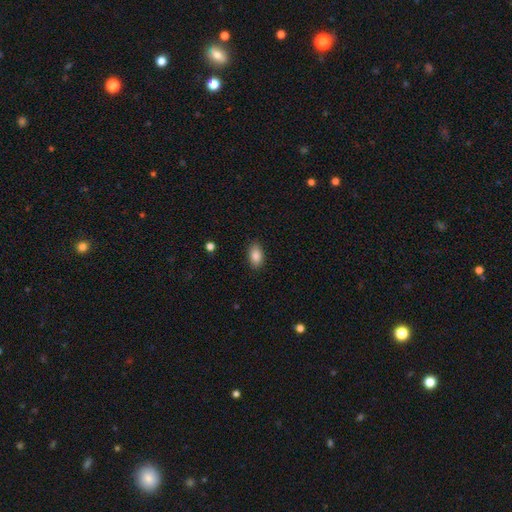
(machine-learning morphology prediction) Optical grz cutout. It shows a smooth galaxy with no disk features (86%) that is in between round and cigar-shaped (91%). Merging: none (88%).